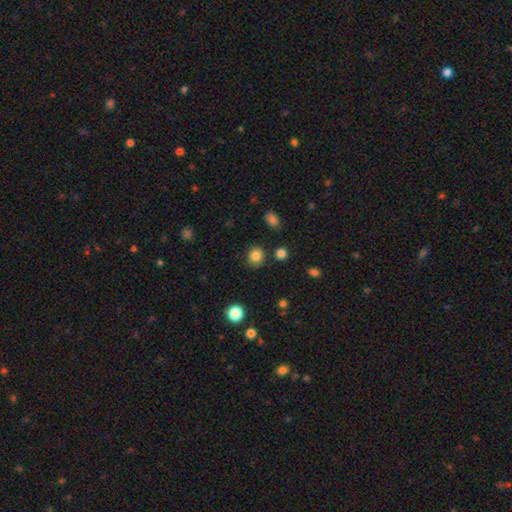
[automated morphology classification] This is clearly a smooth galaxy (83%). How rounded: clearly round (83%). Merging: clearly none (86%).